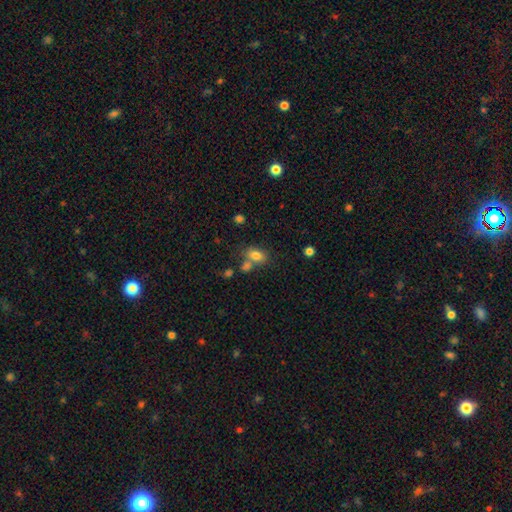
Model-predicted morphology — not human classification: Smooth or featured? smooth (80%)
How rounded? in between (84%)
Merging? none (56%)